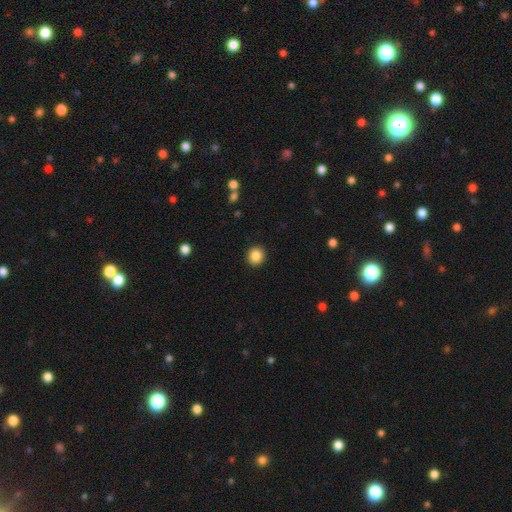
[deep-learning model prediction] Overall: smooth (86%). How rounded: round (87%). Merging: none (92%).